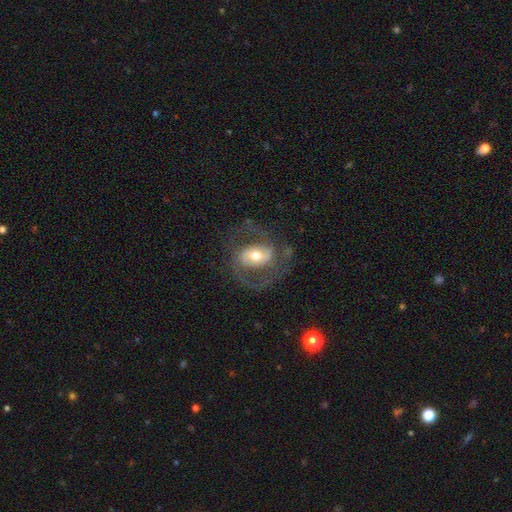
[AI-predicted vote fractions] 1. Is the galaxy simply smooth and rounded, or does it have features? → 79% featured or disk, 15% smooth, 6% star or artifact.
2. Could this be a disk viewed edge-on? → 97% no, 3% yes.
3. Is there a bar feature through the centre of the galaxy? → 38% no (tied), 38% weak (tied), 24% strong.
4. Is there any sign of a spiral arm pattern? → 85% yes, 15% no.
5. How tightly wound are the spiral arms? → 55% medium, 24% loose, 21% tight.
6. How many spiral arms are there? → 87% 2, 6% can't tell, 3% 1, 2% 3, 1% 4, 1% more than 4.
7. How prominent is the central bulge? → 70% moderate, 16% small, 12% large, 1% dominant, 1% none.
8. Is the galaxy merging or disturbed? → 66% none, 17% major disturbance, 16% minor disturbance, 2% merger.